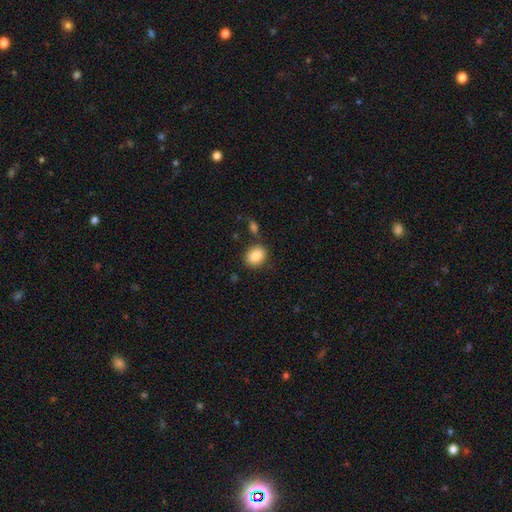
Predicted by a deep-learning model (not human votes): This appears to be a smooth galaxy with no disk features (87%) that is in between round and cigar-shaped (60%). Merging: none (79%).